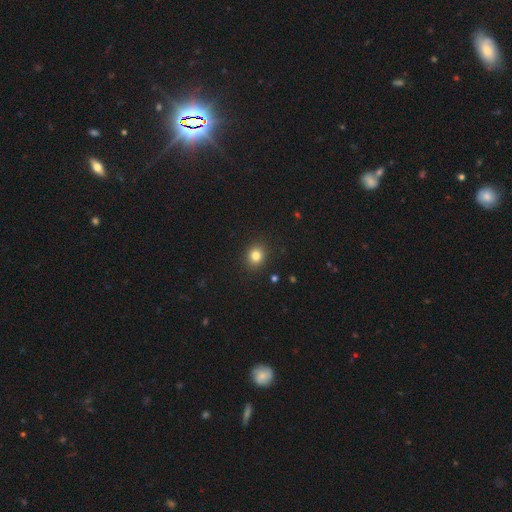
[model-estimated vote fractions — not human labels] A smooth galaxy with no disk features (82%) that is round (73%). Merging: none (91%).